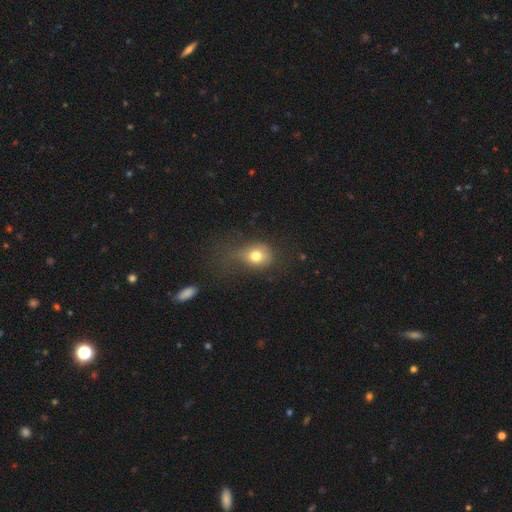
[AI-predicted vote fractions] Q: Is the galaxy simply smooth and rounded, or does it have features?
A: smooth — 75%.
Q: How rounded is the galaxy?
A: round — 57%.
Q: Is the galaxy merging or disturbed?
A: none — 40%.